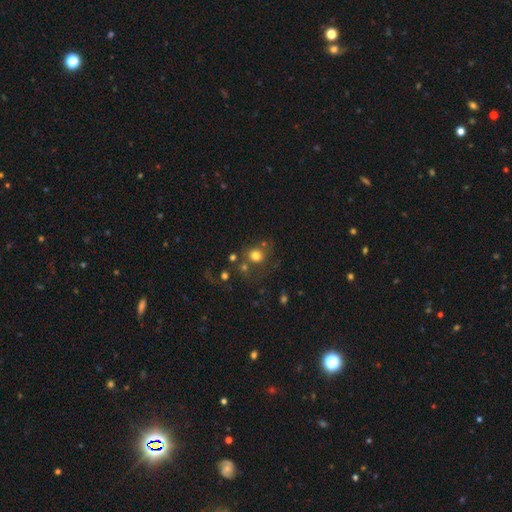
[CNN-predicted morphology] Q: Smooth or featured?
A: smooth (75%); runner-up: star or artifact (15%)
Q: How rounded?
A: round (85%); runner-up: in between (14%)
Q: Merging?
A: none (61%); runner-up: merger (17%)